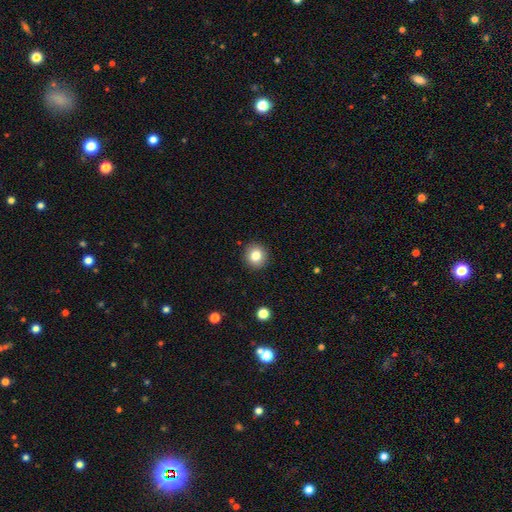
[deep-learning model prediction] A smooth galaxy with no disk features (82%) that is round (91%).

Vote fractions:
- Smooth or featured? smooth: 82% / star or artifact: 10% / featured or disk: 8%
- How rounded? round: 91% / in between: 8% / cigar-shaped: 1%
- Merging? none: 92% / minor disturbance: 5% / major disturbance: 2% / merger: 1%